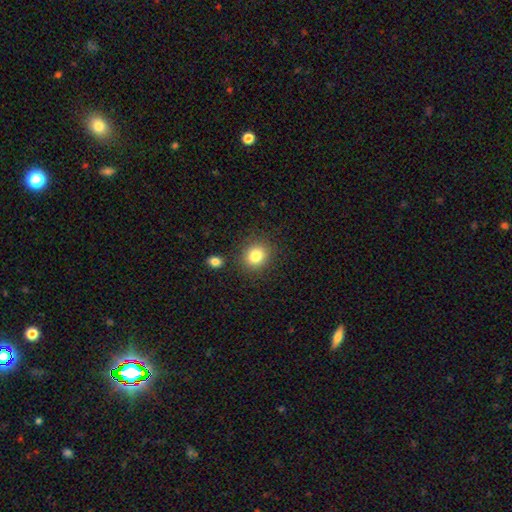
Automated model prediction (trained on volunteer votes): A smooth galaxy with no disk features (82%) that is round (78%).

Vote fractions:
- Smooth or featured? smooth: 82% / star or artifact: 11% / featured or disk: 7%
- How rounded? round: 78% / in between: 21% / cigar-shaped: 1%
- Merging? none: 84% / minor disturbance: 8% / merger: 4% / major disturbance: 3%